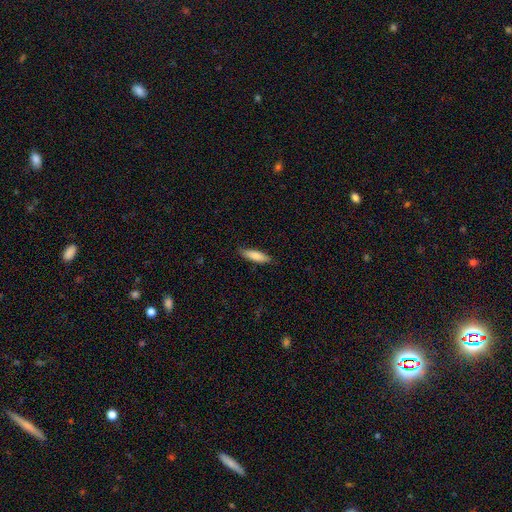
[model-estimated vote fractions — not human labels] smooth 82%, featured or disk 12%, star or artifact 6%. Down the decision tree: how rounded — cigar-shaped (60%); merging — none (85%).